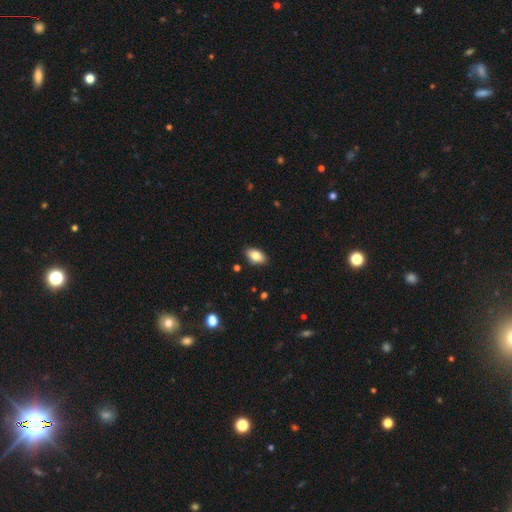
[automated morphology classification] This appears to be a smooth galaxy with no disk features (81%) that is in between round and cigar-shaped (90%). Merging: none (86%).